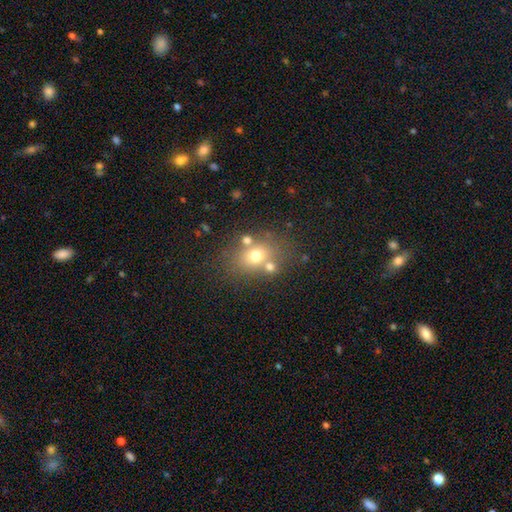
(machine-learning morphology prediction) The model was most divided on "how rounded": in between: 50%, round: 49%, cigar-shaped: 1%. More confident: smooth or featured — smooth (66%); merging — none (64%).